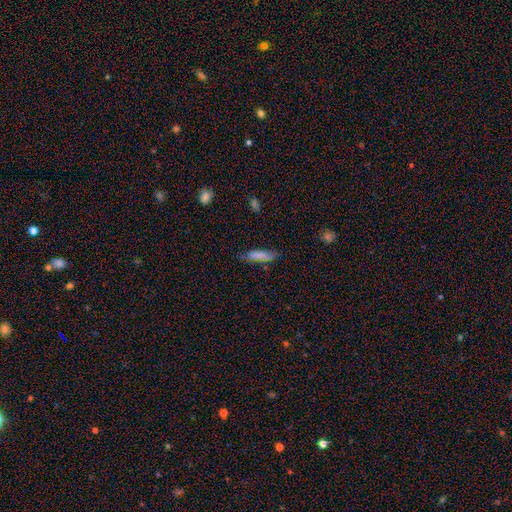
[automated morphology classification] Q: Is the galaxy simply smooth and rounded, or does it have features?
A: smooth — 72%.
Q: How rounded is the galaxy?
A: cigar-shaped — 83%.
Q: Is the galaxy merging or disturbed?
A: none — 74%.